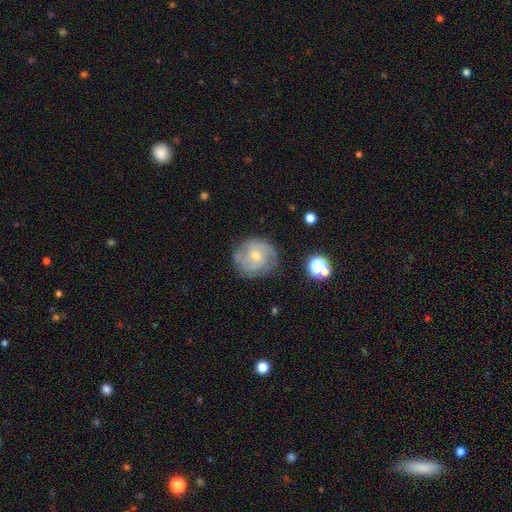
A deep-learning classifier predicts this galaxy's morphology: Smooth or featured: featured or disk — 69% (smooth — 23%)
Edge-on disk: no — 98% (yes — 2%)
Bar: no — 63% (weak — 32%)
Spiral arms: yes — 89% (no — 11%)
Spiral winding: tight — 54% (medium — 35%)
Spiral arm count: 2 — 39% (can't tell — 31%)
Bulge size: small — 59% (moderate — 37%)
Merging: none — 71% (minor disturbance — 19%)